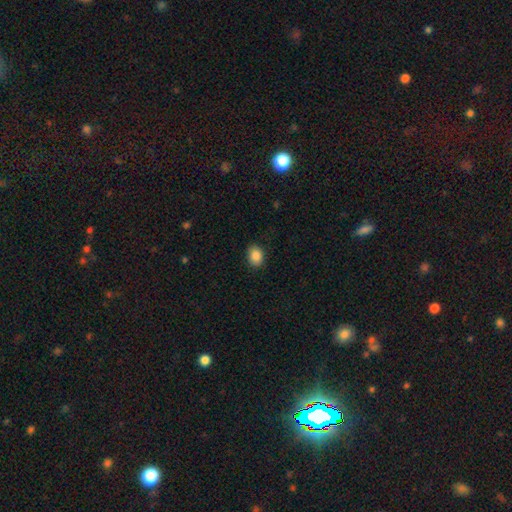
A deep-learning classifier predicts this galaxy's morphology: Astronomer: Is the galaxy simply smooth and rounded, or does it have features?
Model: smooth — 88%.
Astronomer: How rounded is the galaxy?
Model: in between — 62% (runner-up: round, 37%).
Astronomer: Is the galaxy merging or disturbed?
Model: none — 87%.